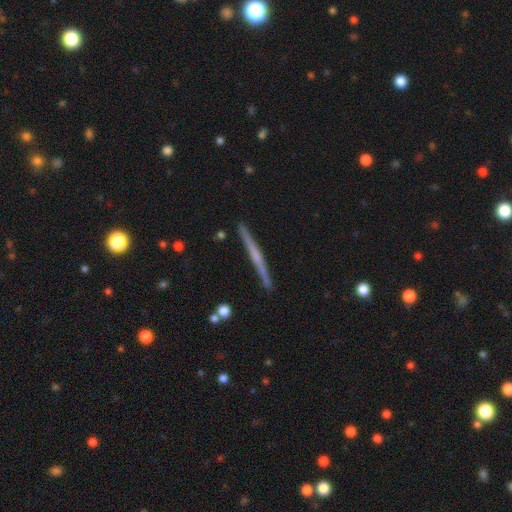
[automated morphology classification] featured or disk 62%, smooth 31%, star or artifact 6%. Down the decision tree: edge-on disk — yes (98%); edge-on bulge — none (64%); merging — none (90%).